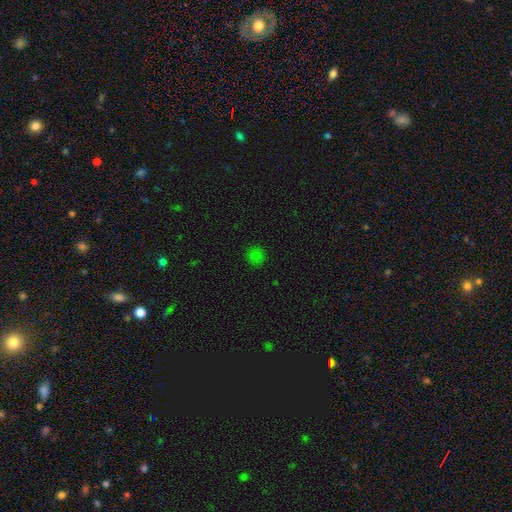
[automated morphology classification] A smooth galaxy with no disk features (77%) that is round (91%).

Vote fractions:
- Smooth or featured? smooth: 77% / star or artifact: 17% / featured or disk: 6%
- How rounded? round: 91% / in between: 8% / cigar-shaped: 1%
- Merging? none: 89% / minor disturbance: 8% / major disturbance: 2% / merger: 1%